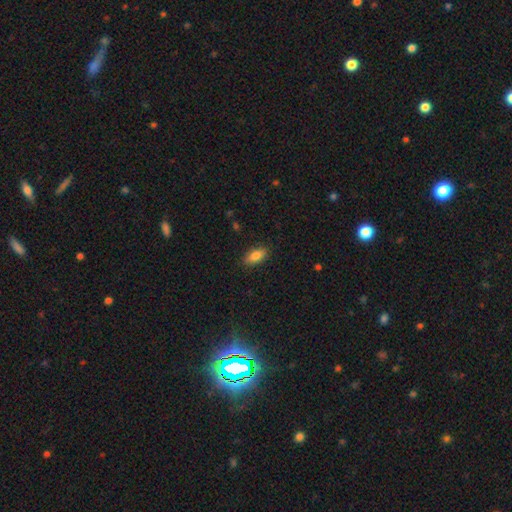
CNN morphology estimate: This is clearly a smooth galaxy (83%). How rounded: clearly in between (87%). Merging: clearly none (86%).